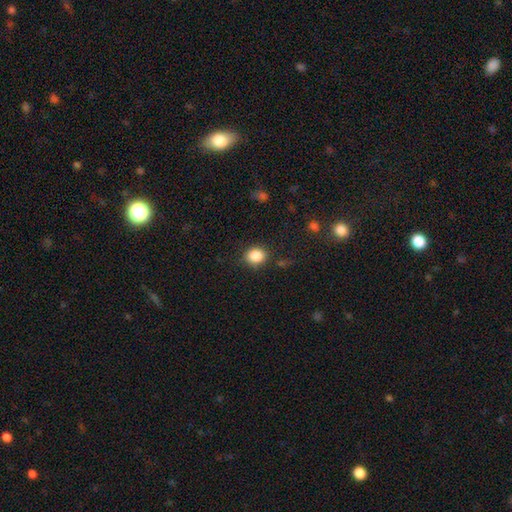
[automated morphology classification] smooth-or-featured: smooth: 86% | star or artifact: 10% | featured or disk: 4%
  how-rounded: round: 67% | in between: 32% | cigar-shaped: 1%
  merging: none: 83% | minor disturbance: 12% | major disturbance: 4% | merger: 2%